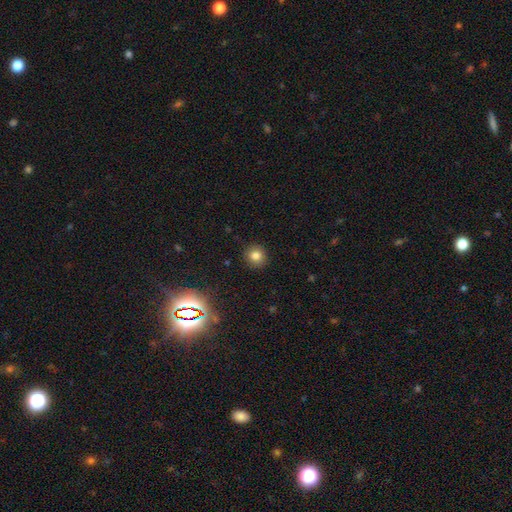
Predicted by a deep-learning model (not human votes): A smooth galaxy with no disk features (79%) that is round (90%). Merging: none (90%).